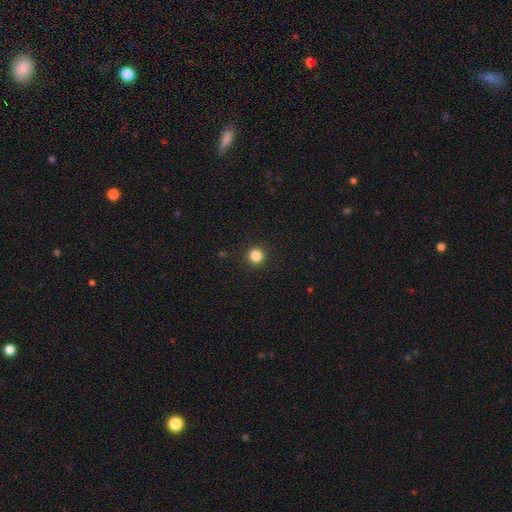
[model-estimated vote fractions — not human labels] smooth-or-featured: smooth: 85% | star or artifact: 12% | featured or disk: 4%
  how-rounded: round: 93% | in between: 6% | cigar-shaped: 1%
  merging: none: 92% | minor disturbance: 5% | major disturbance: 2% | merger: 1%